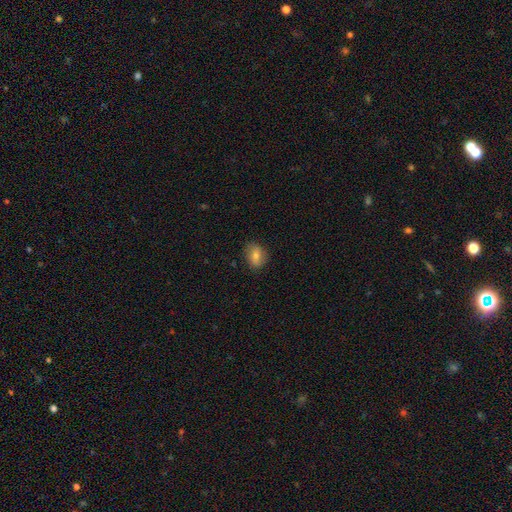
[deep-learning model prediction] A smooth galaxy with no disk features (64%) that is in between round and cigar-shaped (62%). Merging: none (80%).